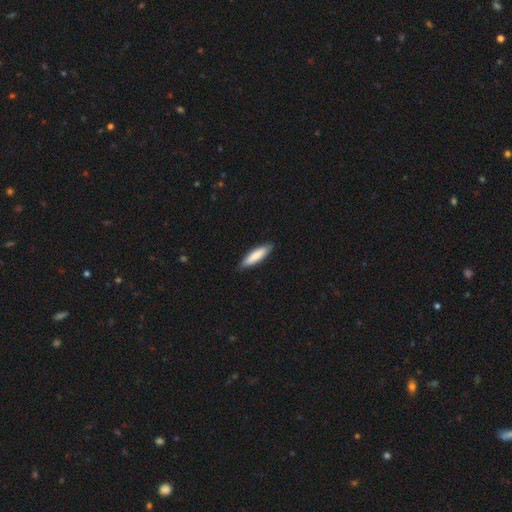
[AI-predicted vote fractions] The model was most divided on "how rounded": cigar-shaped: 71%, in between: 28%, round: 1%. More confident: merging — none (86%); smooth or featured — smooth (82%).